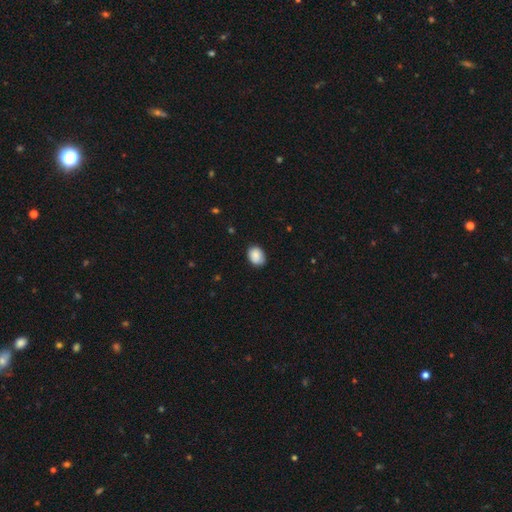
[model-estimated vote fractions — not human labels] This is clearly a smooth galaxy (88%). How rounded: likely in between (67%). Merging: clearly none (80%).